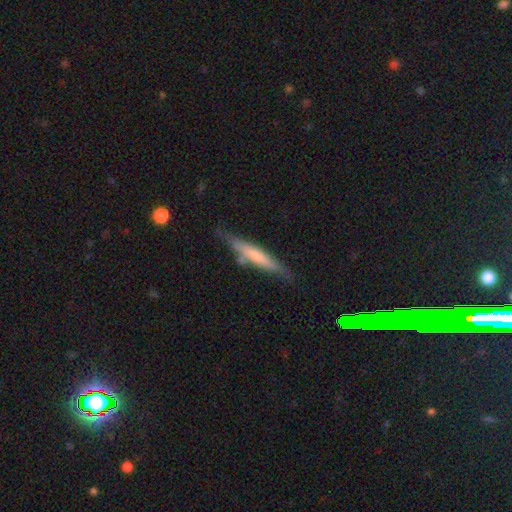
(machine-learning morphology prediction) This appears to be a smooth galaxy with no disk features (54%) that is cigar-shaped (91%). Merging: none (73%).